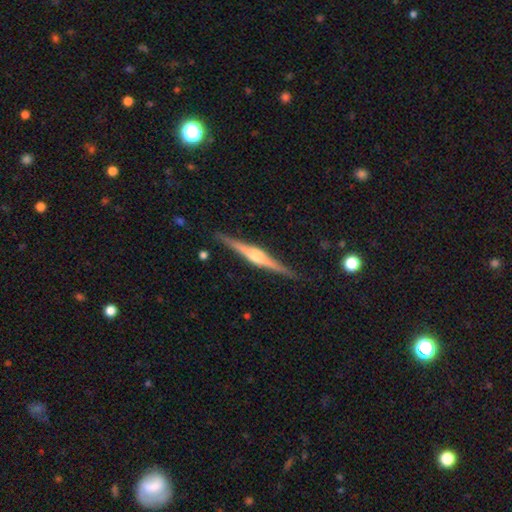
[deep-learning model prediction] Smooth or featured? featured or disk (81%)
Edge-on disk? yes (98%)
Edge-on bulge? rounded (86%)
Merging? none (90%)